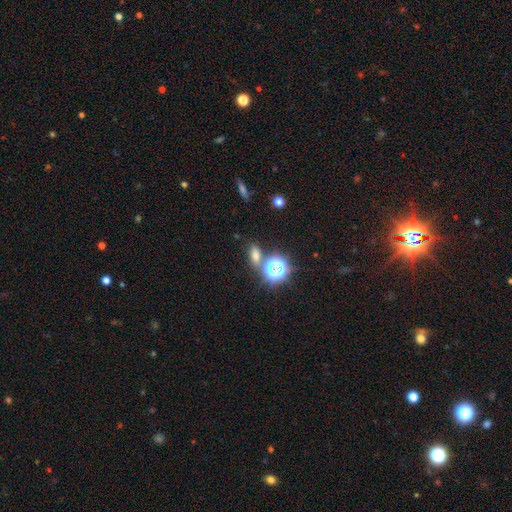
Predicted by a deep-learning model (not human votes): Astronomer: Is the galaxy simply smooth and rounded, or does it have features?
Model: smooth — 61%.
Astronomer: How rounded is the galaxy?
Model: in between — 67%.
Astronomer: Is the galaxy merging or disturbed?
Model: none — 72%.